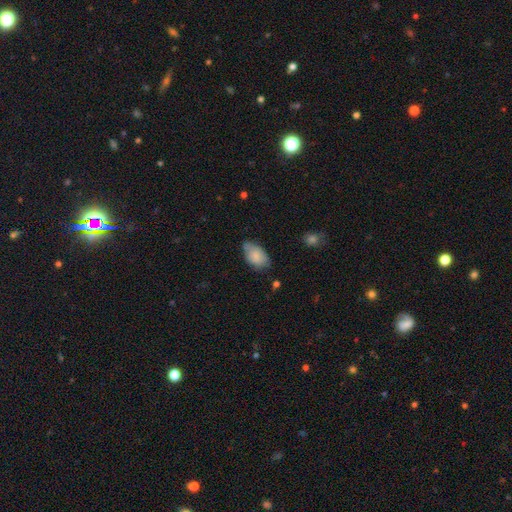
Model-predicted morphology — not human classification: This is likely a smooth galaxy (80%). How rounded: clearly in between (91%). Merging: possibly none (54%).